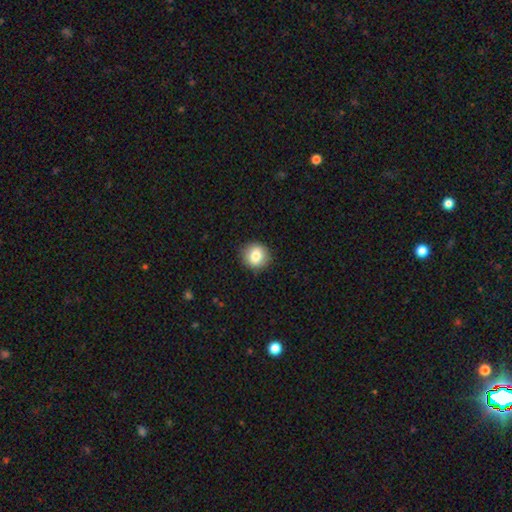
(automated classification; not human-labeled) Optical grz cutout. It shows a smooth galaxy with no disk features (82%) that is round (87%). Merging: none (90%).